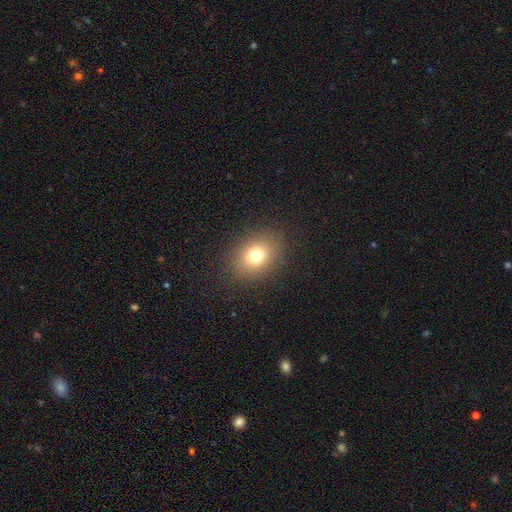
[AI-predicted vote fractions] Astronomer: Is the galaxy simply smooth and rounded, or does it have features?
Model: smooth — 75%.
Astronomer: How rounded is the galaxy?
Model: in between — 55% (runner-up: round, 44%).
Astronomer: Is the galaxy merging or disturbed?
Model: none — 88%.